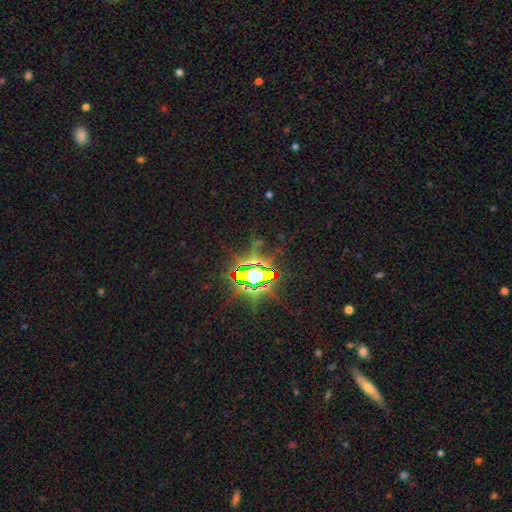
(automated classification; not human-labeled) Smooth or featured?
  - star or artifact: 85% *
  - featured or disk: 8%
  - smooth: 8%